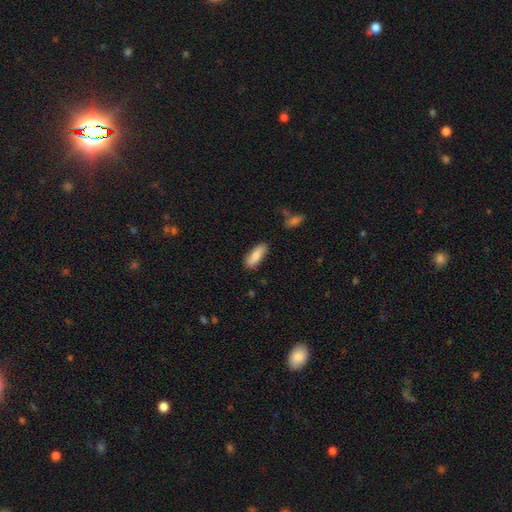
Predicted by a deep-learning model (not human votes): smooth_or_featured: smooth (p=0.82) [alt: featured or disk p=0.12]
how_rounded: in between (p=0.69) [alt: cigar-shaped p=0.29]
merging: none (p=0.81) [alt: minor disturbance p=0.14]